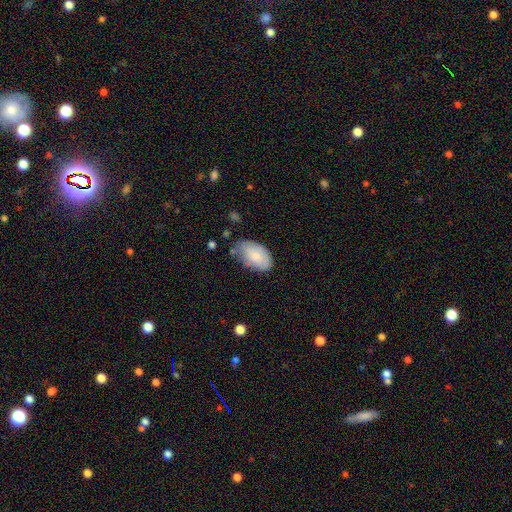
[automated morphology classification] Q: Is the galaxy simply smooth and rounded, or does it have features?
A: smooth — 79%.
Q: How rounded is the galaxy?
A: in between — 94%.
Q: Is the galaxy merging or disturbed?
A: none — 55%.